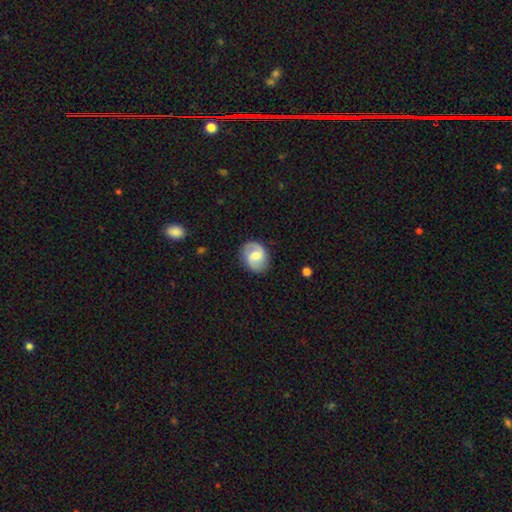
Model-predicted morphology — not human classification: smooth_or_featured: featured or disk (p=0.63) [alt: smooth p=0.30]
disk_edge_on: no (p=0.98) [alt: yes p=0.02]
bar: weak (p=0.53) [alt: no p=0.33]
has_spiral_arms: yes (p=0.89) [alt: no p=0.11]
spiral_winding: medium (p=0.46) [alt: loose p=0.34]
spiral_arm_count: 2 (p=0.87) [alt: can't tell p=0.05]
bulge_size: moderate (p=0.59) [alt: small p=0.31]
merging: none (p=0.83) [alt: minor disturbance p=0.12]